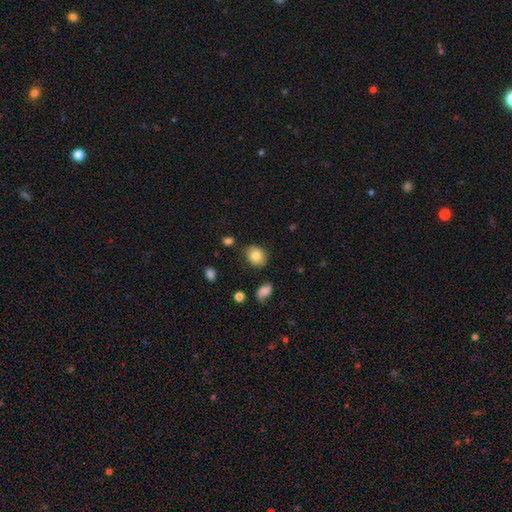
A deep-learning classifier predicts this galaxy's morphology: Smooth or featured?
  - smooth: 81% *
  - featured or disk: 10%
  - star or artifact: 9%
How rounded?
  - round: 59% *
  - in between: 40%
  - cigar-shaped: 1%
Merging?
  - none: 81% *
  - minor disturbance: 14%
  - major disturbance: 3%
  - merger: 2%